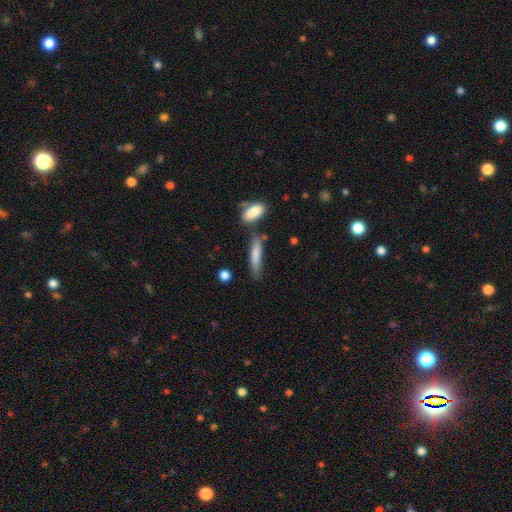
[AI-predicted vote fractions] Smooth or featured? smooth (78%)
How rounded? cigar-shaped (81%)
Merging? none (66%)